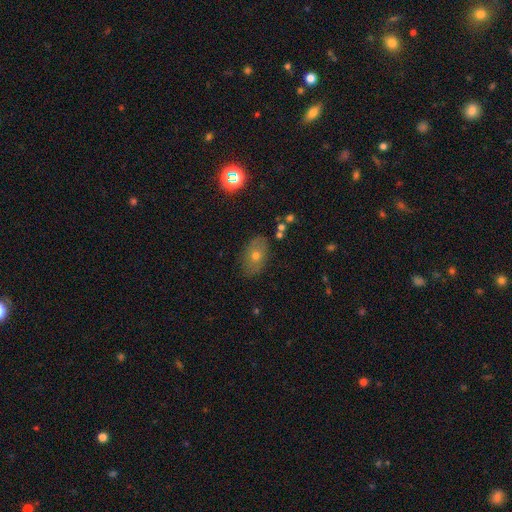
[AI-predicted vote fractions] Smooth or featured? Predicted: smooth (p=0.61). How rounded? Predicted: in between (p=0.84). Merging? Predicted: none (p=0.81).